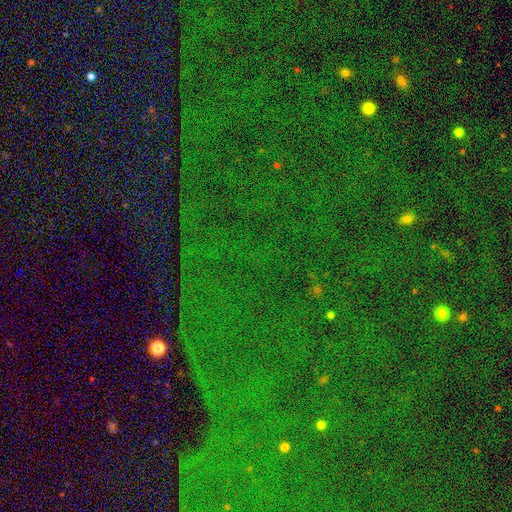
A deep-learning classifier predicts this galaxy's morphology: star or artifact 85%, smooth 8%, featured or disk 7%.